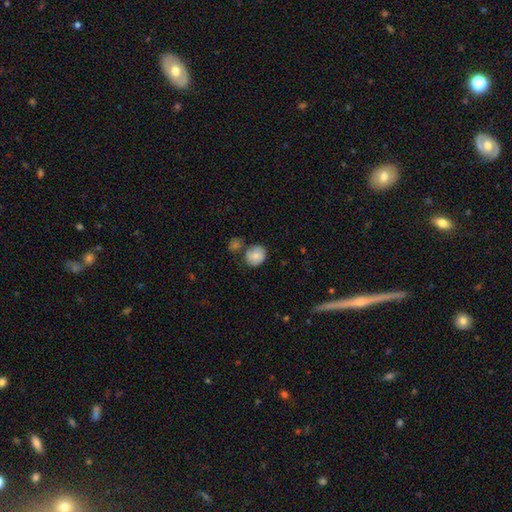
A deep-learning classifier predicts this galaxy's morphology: Smooth or featured: smooth — 75% (featured or disk — 17%)
How rounded: round — 72% (in between — 27%)
Merging: none — 58% (minor disturbance — 20%)